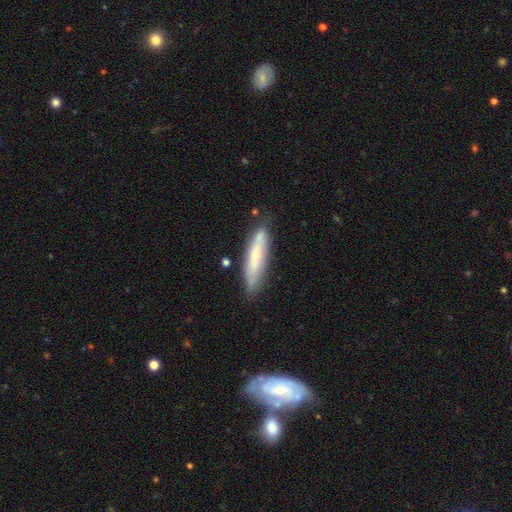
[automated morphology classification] Smooth or featured? Predicted: smooth (p=0.54). How rounded? Predicted: cigar-shaped (p=0.83). Merging? Predicted: none (p=0.77).